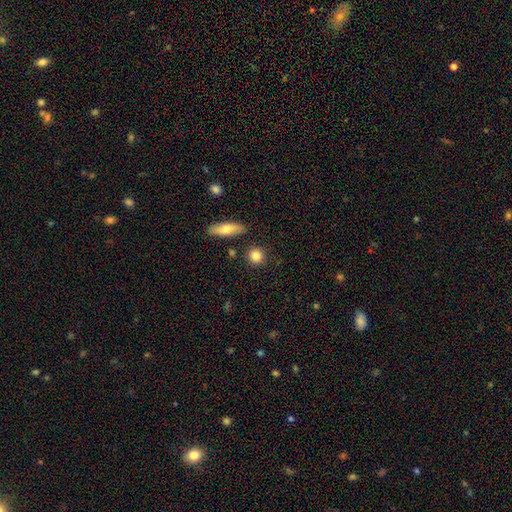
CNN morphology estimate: Overall: smooth (84%). How rounded: round (84%). Merging: none (86%).